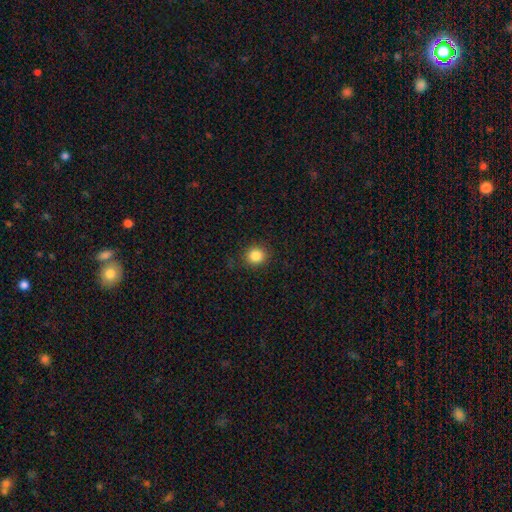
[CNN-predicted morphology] smooth-or-featured: smooth: 85% | star or artifact: 10% | featured or disk: 5%
  how-rounded: round: 84% | in between: 15% | cigar-shaped: 1%
  merging: none: 87% | minor disturbance: 9% | major disturbance: 3% | merger: 1%